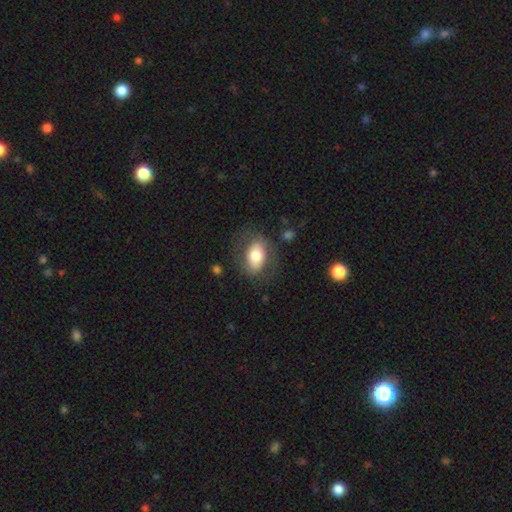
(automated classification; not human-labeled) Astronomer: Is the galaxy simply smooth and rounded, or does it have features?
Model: smooth — 67%.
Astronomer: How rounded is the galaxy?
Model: in between — 84%.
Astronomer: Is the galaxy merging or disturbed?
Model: none — 73%.